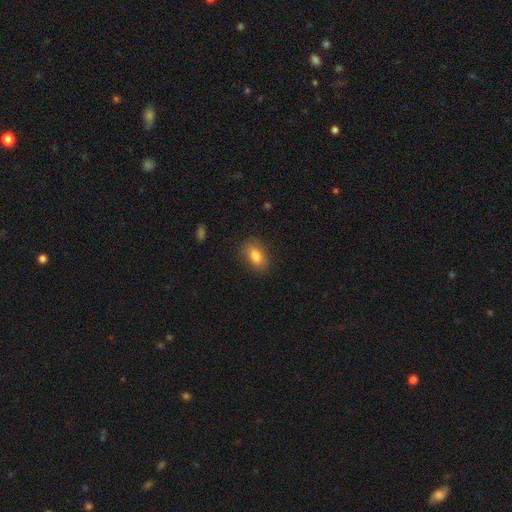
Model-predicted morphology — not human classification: The model was most divided on "merging": none: 84%, minor disturbance: 12%, major disturbance: 3%, merger: 1%. More confident: how rounded — in between (85%); smooth or featured — smooth (82%).